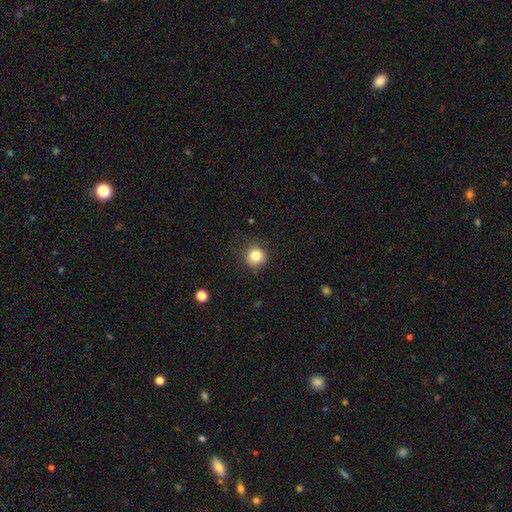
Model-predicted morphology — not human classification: The model was most divided on "smooth or featured": smooth: 82%, star or artifact: 11%, featured or disk: 6%. More confident: how rounded — round (92%); merging — none (84%).